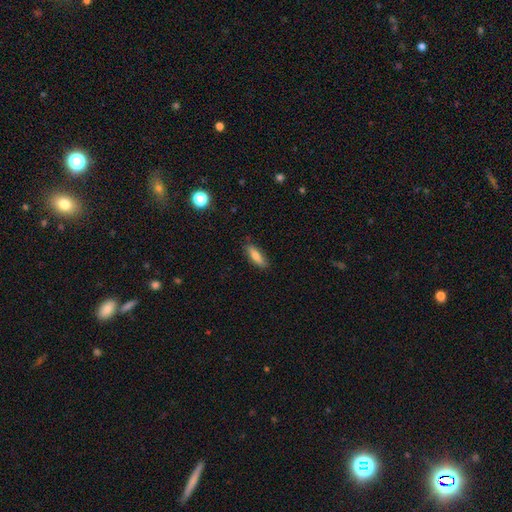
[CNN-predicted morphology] This is likely a smooth galaxy (75%). How rounded: possibly cigar-shaped (51%). Merging: clearly none (85%).